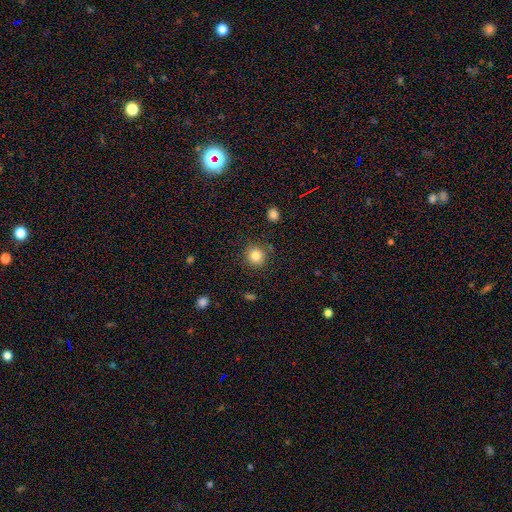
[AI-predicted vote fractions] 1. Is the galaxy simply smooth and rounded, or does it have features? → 83% smooth, 11% star or artifact, 6% featured or disk.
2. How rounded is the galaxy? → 91% round, 8% in between, 1% cigar-shaped.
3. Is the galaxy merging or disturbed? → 87% none, 8% minor disturbance, 3% major disturbance, 3% merger.